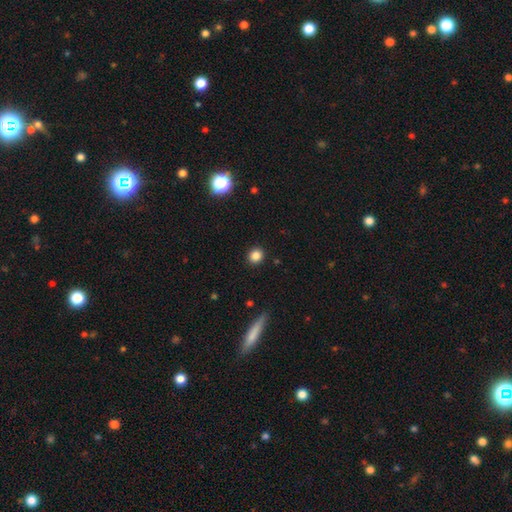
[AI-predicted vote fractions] Smooth or featured? Predicted: smooth (p=0.85). How rounded? Predicted: round (p=0.84). Merging? Predicted: none (p=0.91).